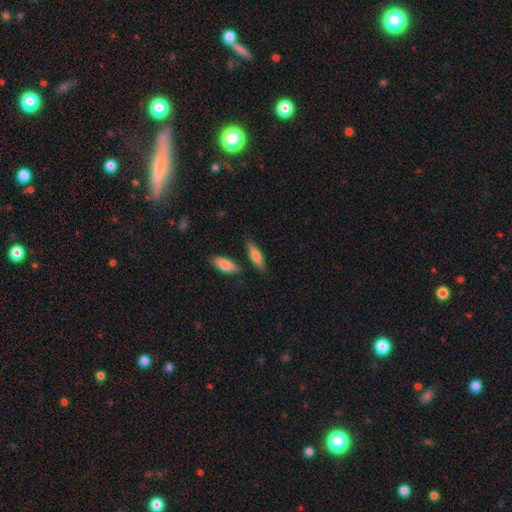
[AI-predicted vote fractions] Q: Smooth or featured?
A: smooth (74%); runner-up: featured or disk (20%)
Q: How rounded?
A: cigar-shaped (50%); runner-up: in between (48%)
Q: Merging?
A: none (76%); runner-up: minor disturbance (14%)